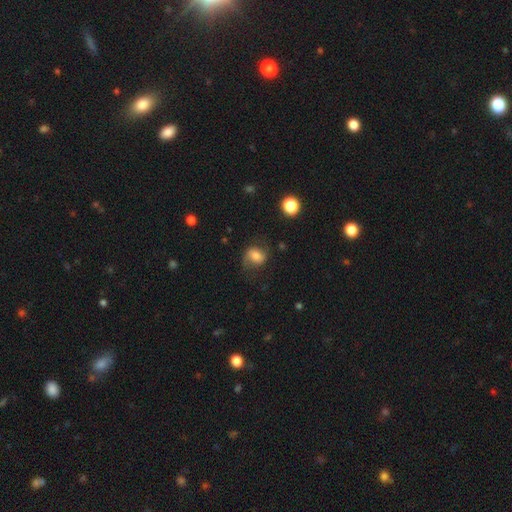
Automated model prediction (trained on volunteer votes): A smooth galaxy with no disk features (56%) that is in between round and cigar-shaped (53%). Merging: none (58%).